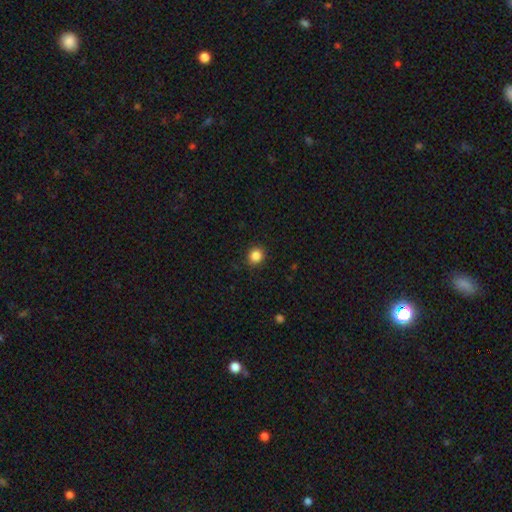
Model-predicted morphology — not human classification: type=smooth (85%); roundness=round (85%); merging=none (90%).